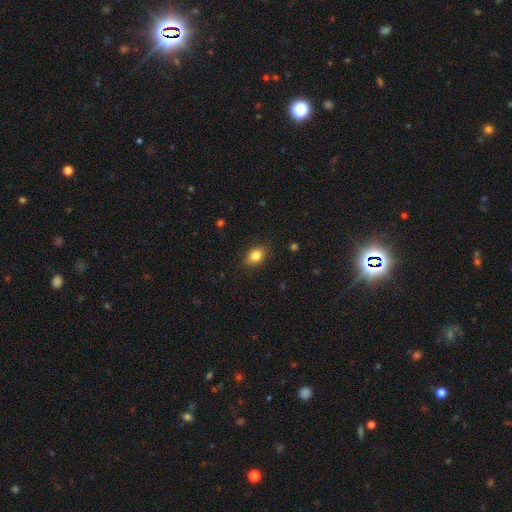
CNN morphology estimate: Smooth or featured? Predicted: smooth (p=0.83). How rounded? Predicted: in between (p=0.70). Merging? Predicted: none (p=0.86).